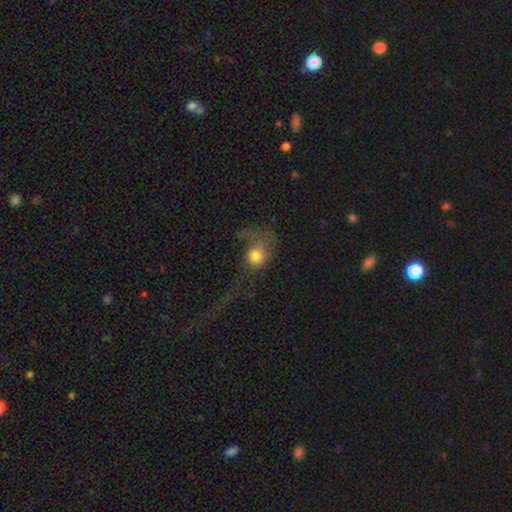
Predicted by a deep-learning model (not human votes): A smooth galaxy with no disk features (68%) that is round (65%).

Vote fractions:
- Smooth or featured? smooth: 68% / featured or disk: 19% / star or artifact: 13%
- How rounded? round: 65% / in between: 33% / cigar-shaped: 2%
- Merging? major disturbance: 59% / none: 21% / minor disturbance: 16% / merger: 4%